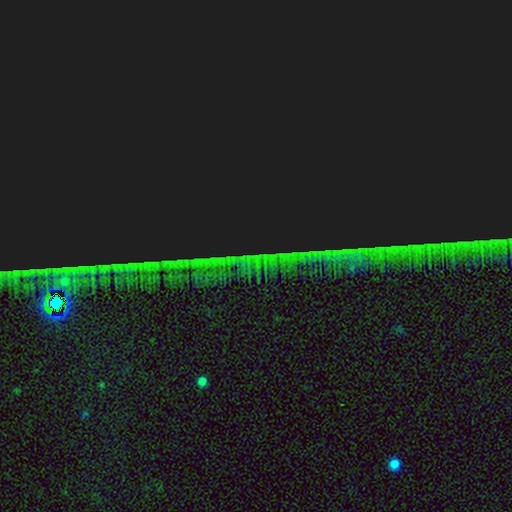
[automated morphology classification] Smooth or featured? star or artifact (86%)